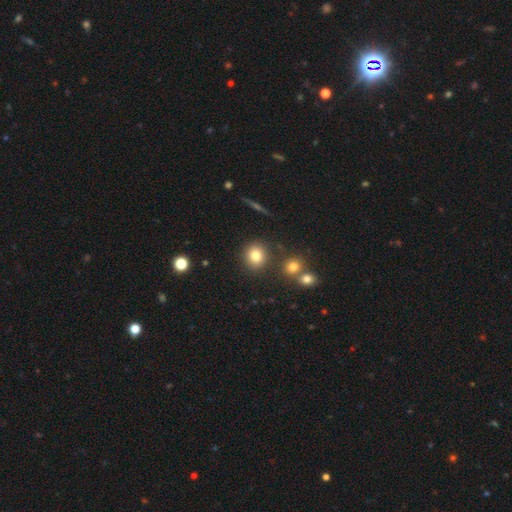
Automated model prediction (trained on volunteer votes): This appears to be a smooth galaxy with no disk features (80%) that is round (86%). Merging: none (84%).